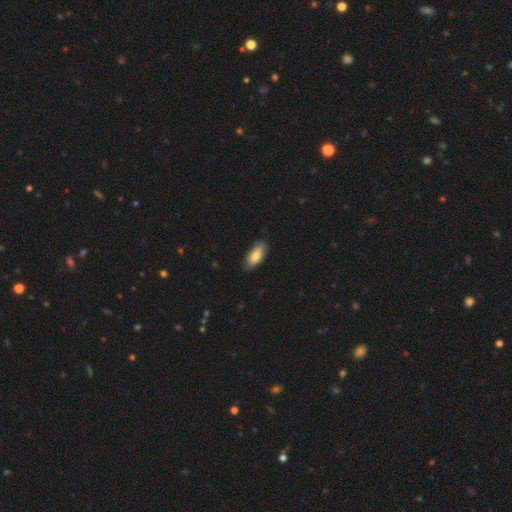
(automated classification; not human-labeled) This is clearly a smooth galaxy (82%). How rounded: clearly in between (86%). Merging: clearly none (82%).